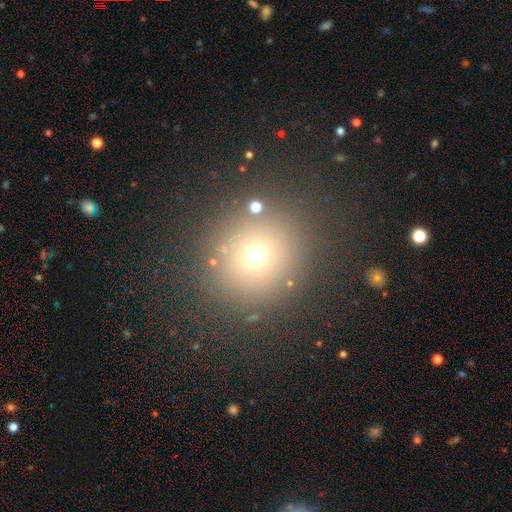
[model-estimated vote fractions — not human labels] Morphology: type=smooth (66%); roundness=round (90%); merging=none (85%).